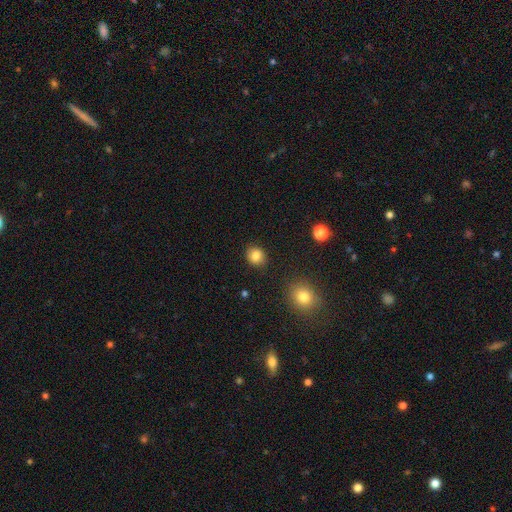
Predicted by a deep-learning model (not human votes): smooth_or_featured: smooth (p=0.85) [alt: star or artifact p=0.10]
how_rounded: round (p=0.74) [alt: in between p=0.25]
merging: none (p=0.88) [alt: minor disturbance p=0.08]